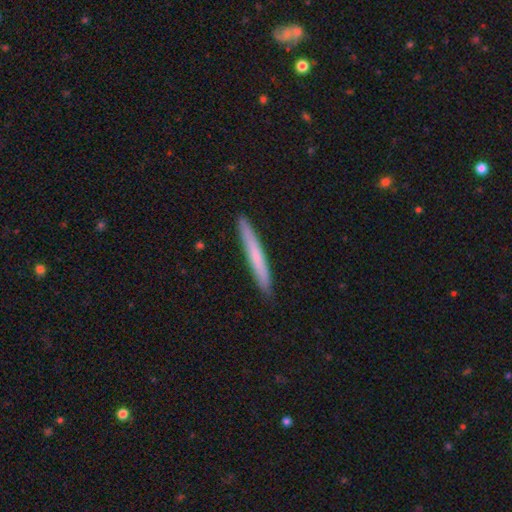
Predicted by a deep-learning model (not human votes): A smooth galaxy with no disk features (66%) that is cigar-shaped (97%). Merging: none (91%).